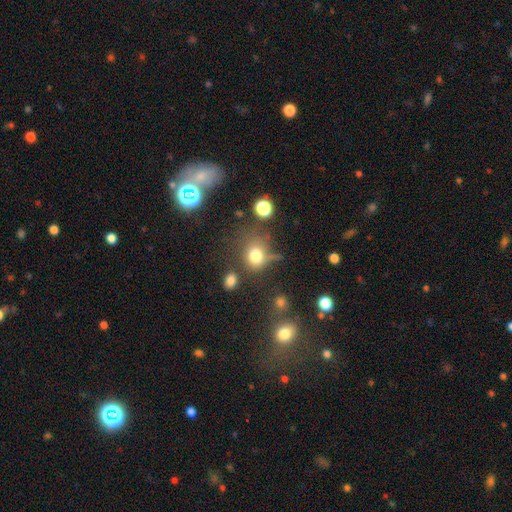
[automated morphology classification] A smooth galaxy with no disk features (74%) that is round (66%).

Vote fractions:
- Smooth or featured? smooth: 74% / star or artifact: 16% / featured or disk: 10%
- How rounded? round: 66% / in between: 33% / cigar-shaped: 1%
- Merging? none: 51% / minor disturbance: 21% / major disturbance: 16% / merger: 13%